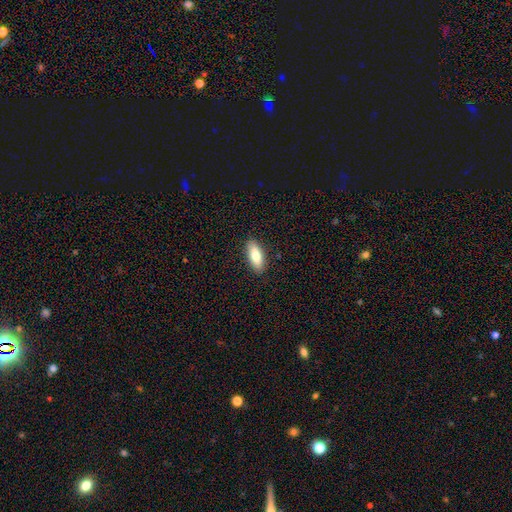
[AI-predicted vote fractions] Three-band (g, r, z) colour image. It shows a smooth galaxy with no disk features (78%) that is in between round and cigar-shaped (75%). Merging: none (89%).